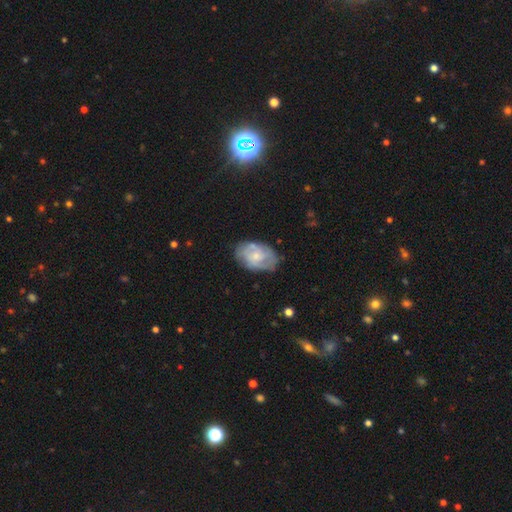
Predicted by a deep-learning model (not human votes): This is possibly a featured or disk galaxy (51%). It is clearly not viewed edge-on (96%). Merging: likely none (65%).